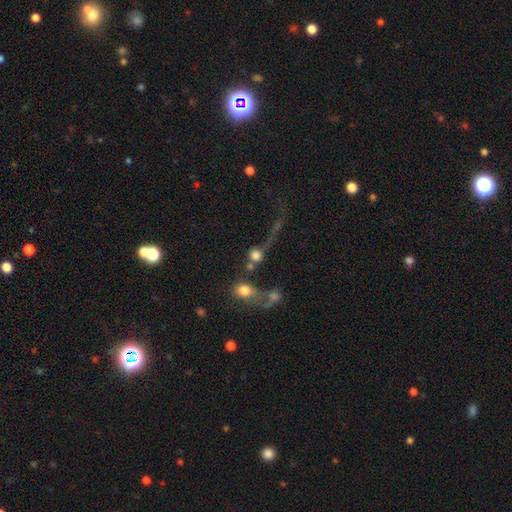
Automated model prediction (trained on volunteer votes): Morphology: type=smooth (71%); roundness=round (86%); merging=merger (39%).